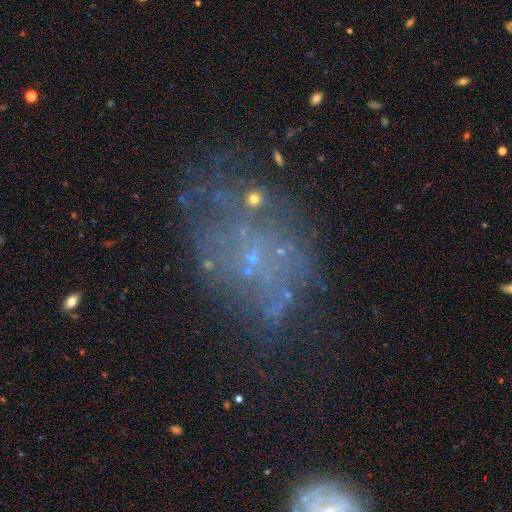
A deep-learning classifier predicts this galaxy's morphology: Overall: featured or disk (46%; star or artifact 29%). Merging: none (44%; major disturbance 24%).